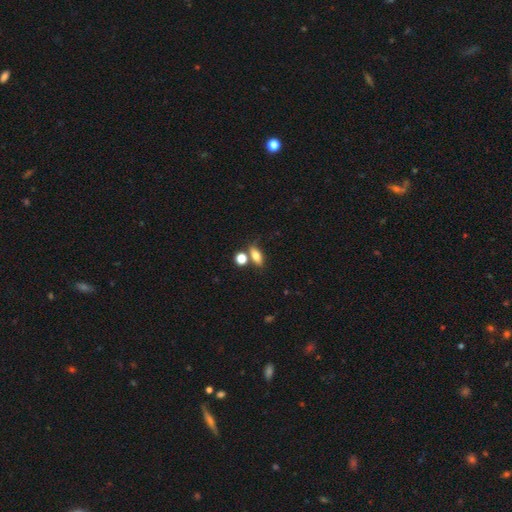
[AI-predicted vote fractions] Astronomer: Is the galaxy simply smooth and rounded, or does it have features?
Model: smooth — 74%.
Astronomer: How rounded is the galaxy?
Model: in between — 73%.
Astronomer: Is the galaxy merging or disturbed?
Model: none — 63%.